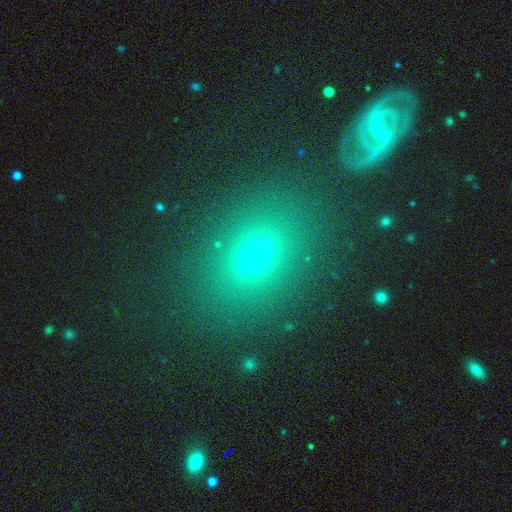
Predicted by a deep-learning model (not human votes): smooth-or-featured: smooth: 55% | star or artifact: 27% | featured or disk: 17%
  how-rounded: in between: 49% | round: 48% | cigar-shaped: 2%
  merging: none: 83% | minor disturbance: 9% | major disturbance: 4% | merger: 4%